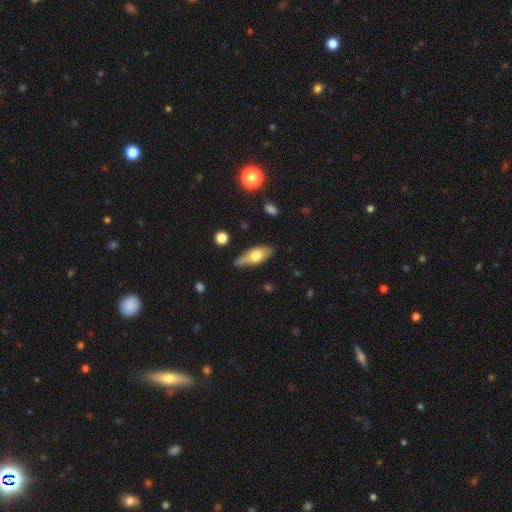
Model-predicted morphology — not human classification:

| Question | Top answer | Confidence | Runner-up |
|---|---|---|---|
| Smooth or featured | smooth | 61% | featured or disk (33%) |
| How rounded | in between | 70% | cigar-shaped (27%) |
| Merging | none | 67% | minor disturbance (24%) |